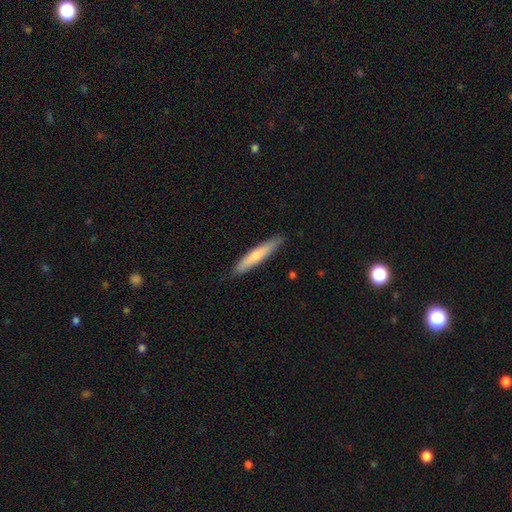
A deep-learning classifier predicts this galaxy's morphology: Smooth or featured? Predicted: smooth (p=0.68). How rounded? Predicted: cigar-shaped (p=0.91). Merging? Predicted: none (p=0.87).